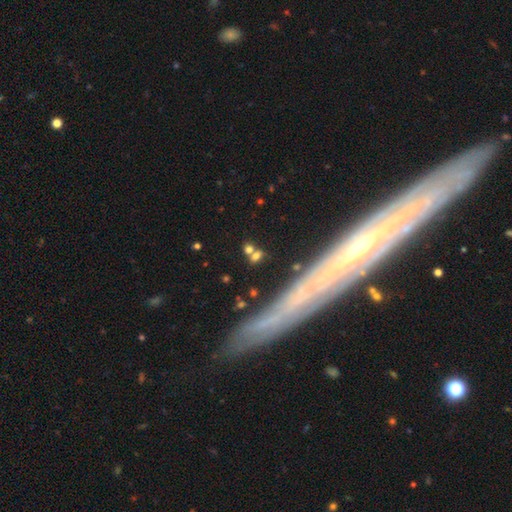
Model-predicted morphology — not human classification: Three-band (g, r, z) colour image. It shows a smooth galaxy with no disk features (65%) that is in between round and cigar-shaped (47%). Merging: none (63%).